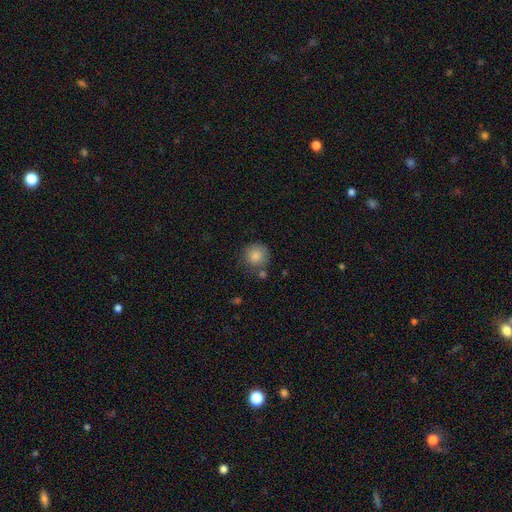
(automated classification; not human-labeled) This is clearly a smooth galaxy (85%). How rounded: clearly round (93%). Merging: likely none (72%).